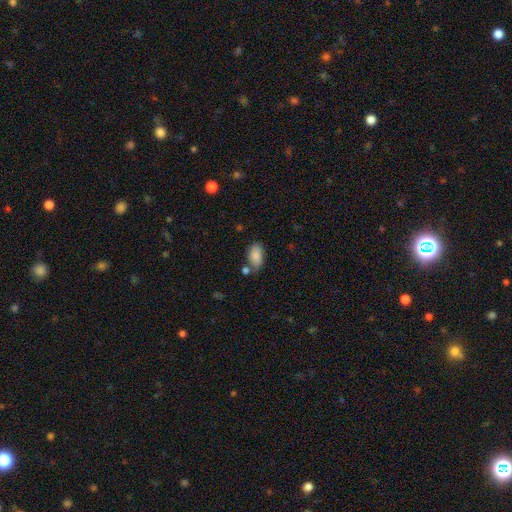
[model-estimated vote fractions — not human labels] Smooth or featured? smooth (85%)
How rounded? in between (92%)
Merging? none (61%)